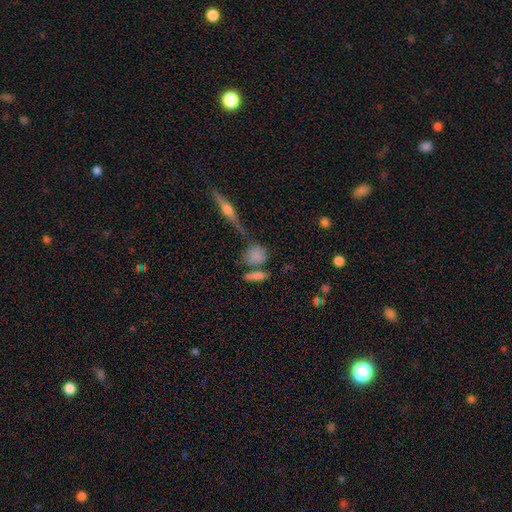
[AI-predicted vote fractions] Q: Smooth or featured?
A: smooth (75%); runner-up: featured or disk (15%)
Q: How rounded?
A: round (46%); runner-up: in between (42%)
Q: Merging?
A: none (55%); runner-up: merger (24%)